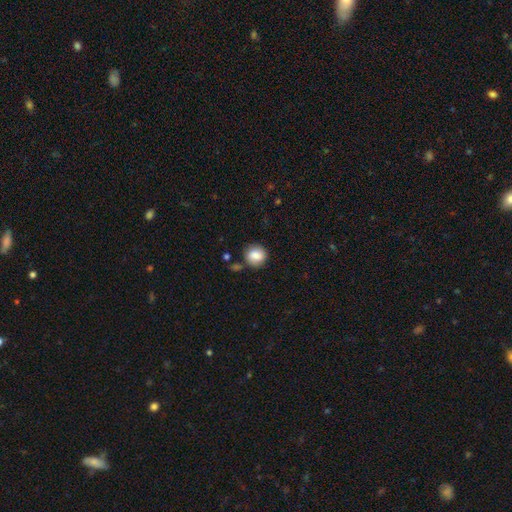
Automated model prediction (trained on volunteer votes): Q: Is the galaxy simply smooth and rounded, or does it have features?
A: smooth — 84%.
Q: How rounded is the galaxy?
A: round — 89%.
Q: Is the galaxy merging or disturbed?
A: none — 81%.